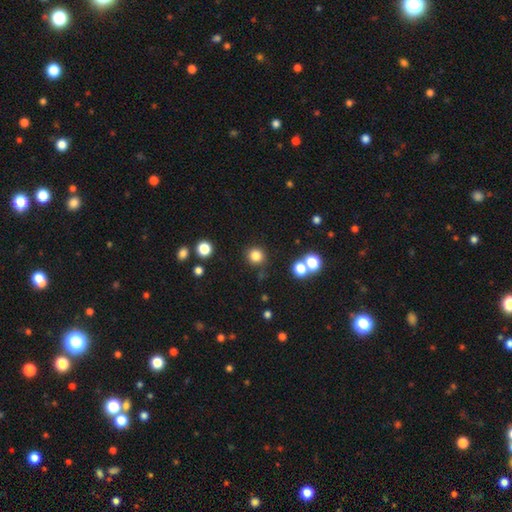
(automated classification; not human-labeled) Morphology: type=smooth (81%); roundness=round (94%); merging=none (85%).